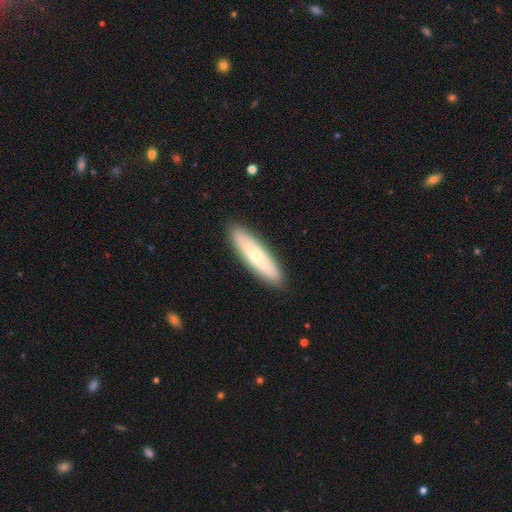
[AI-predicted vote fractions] A smooth galaxy with no disk features (57%) that is cigar-shaped (75%). Merging: none (89%).